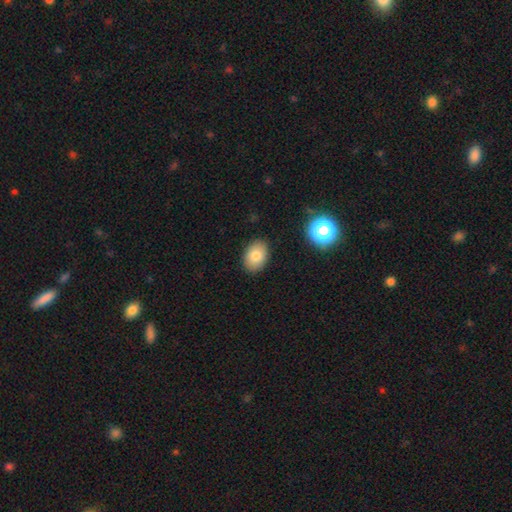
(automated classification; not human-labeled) This is clearly a smooth galaxy (81%). How rounded: clearly in between (81%). Merging: clearly none (88%).